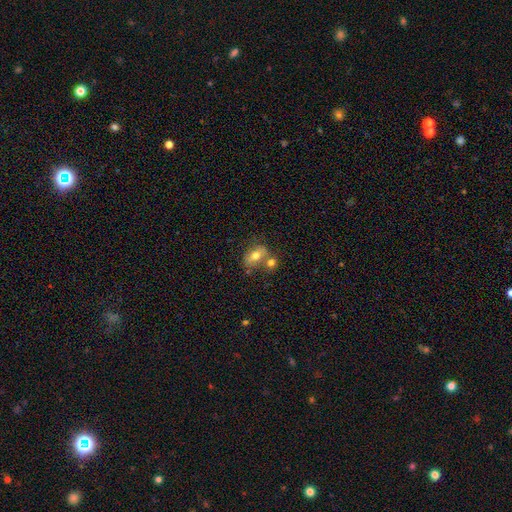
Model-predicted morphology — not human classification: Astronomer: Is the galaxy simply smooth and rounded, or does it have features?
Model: smooth — 66%.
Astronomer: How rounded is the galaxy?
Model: in between — 75%.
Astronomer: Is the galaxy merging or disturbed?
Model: none — 44% (runner-up: merger, 36%).